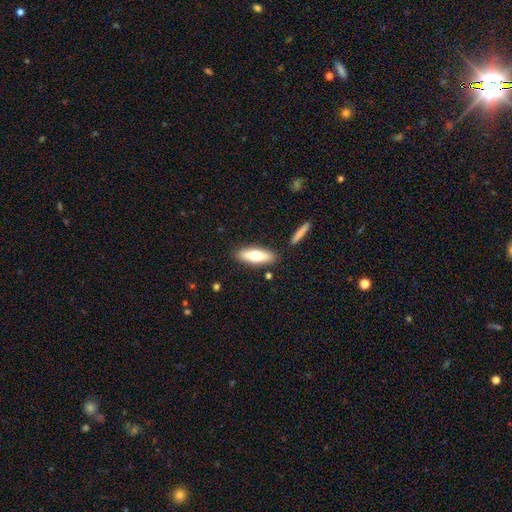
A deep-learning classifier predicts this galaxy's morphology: Overall: smooth (64%; featured or disk 30%). How rounded: cigar-shaped (51%; in between 47%). Merging: none (85%).